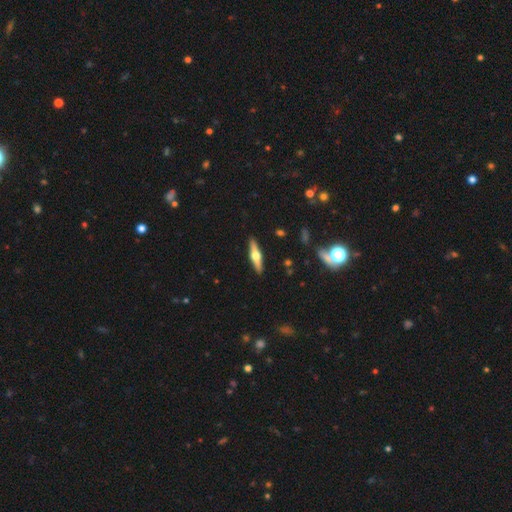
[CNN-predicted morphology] Smooth or featured: featured or disk — 67% (smooth — 28%)
Edge-on disk: yes — 96% (no — 4%)
Edge-on bulge: rounded — 95% (boxy — 3%)
Merging: none — 91% (minor disturbance — 6%)